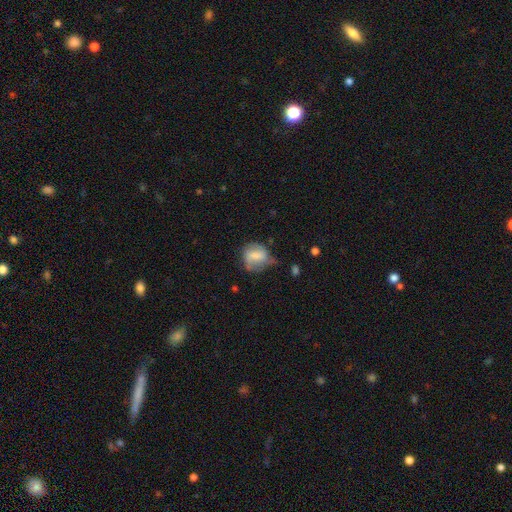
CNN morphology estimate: Smooth or featured?
  - smooth: 58% *
  - featured or disk: 33%
  - star or artifact: 9%
How rounded?
  - round: 59% *
  - in between: 39%
  - cigar-shaped: 2%
Merging?
  - none: 44% *
  - minor disturbance: 34%
  - major disturbance: 19%
  - merger: 4%